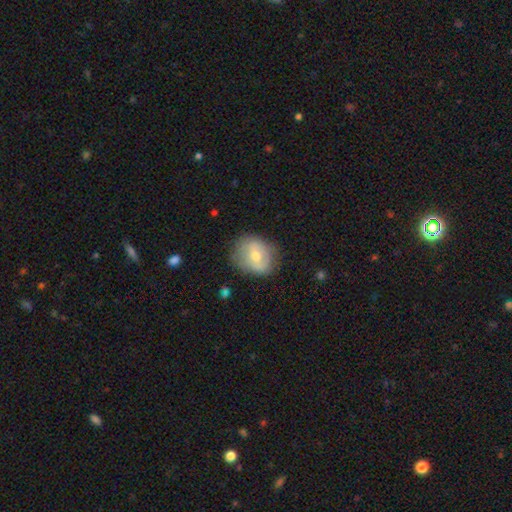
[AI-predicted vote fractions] A smooth galaxy with no disk features (52%) that is round (54%).

Vote fractions:
- Smooth or featured? smooth: 52% / featured or disk: 41% / star or artifact: 8%
- How rounded? round: 54% / in between: 45% / cigar-shaped: 1%
- Merging? none: 73% / minor disturbance: 20% / major disturbance: 6% / merger: 1%